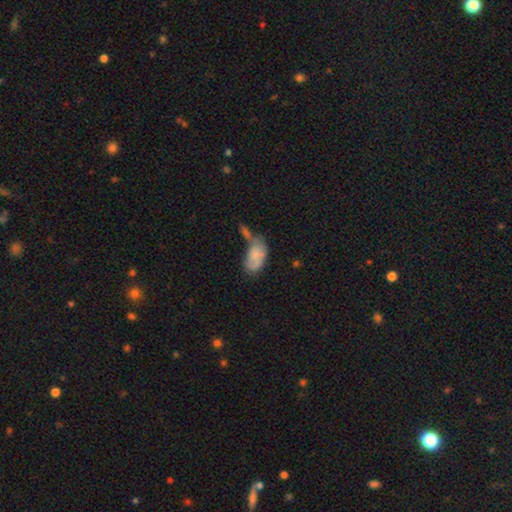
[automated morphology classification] This appears to be a smooth galaxy with no disk features (70%) that is in between round and cigar-shaped (92%). Merging: merger (35%).